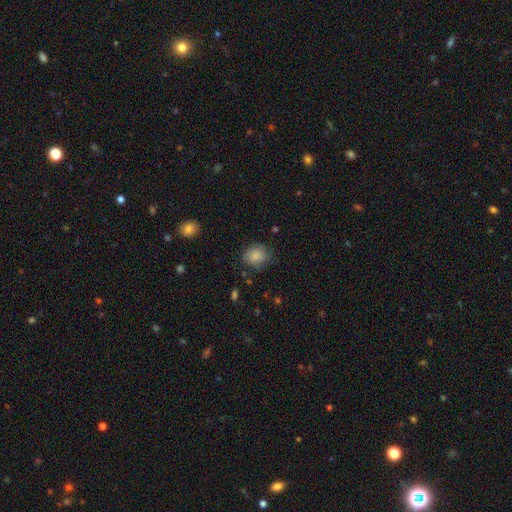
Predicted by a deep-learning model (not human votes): Q: Smooth or featured?
A: smooth (82%); runner-up: featured or disk (10%)
Q: How rounded?
A: round (63%); runner-up: in between (36%)
Q: Merging?
A: none (71%); runner-up: minor disturbance (21%)